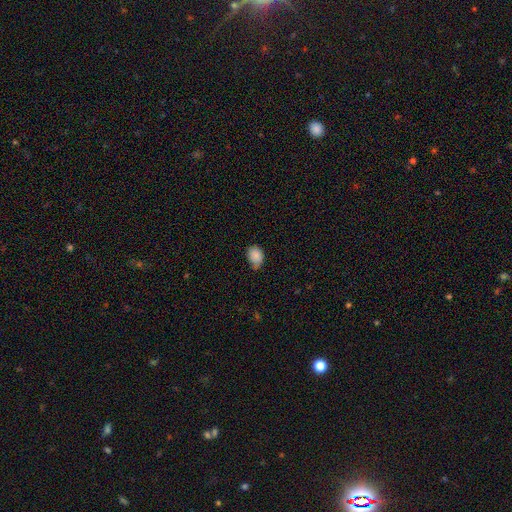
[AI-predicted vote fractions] smooth_or_featured: smooth (p=0.85) [alt: star or artifact p=0.09]
how_rounded: in between (p=0.69) [alt: round p=0.30]
merging: none (p=0.50) [alt: minor disturbance p=0.40]